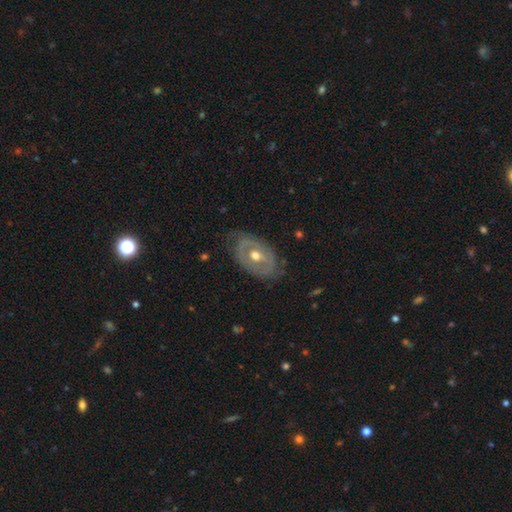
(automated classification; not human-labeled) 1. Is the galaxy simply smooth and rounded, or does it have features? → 71% featured or disk, 23% smooth, 5% star or artifact.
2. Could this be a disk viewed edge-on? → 93% no, 7% yes.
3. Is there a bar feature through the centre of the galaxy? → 65% no, 25% weak, 10% strong.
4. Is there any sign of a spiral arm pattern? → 58% no, 42% yes.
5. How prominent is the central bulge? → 79% moderate, 13% small, 6% large, 1% none, 1% dominant.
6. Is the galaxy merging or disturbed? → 70% none, 21% minor disturbance, 8% major disturbance, 1% merger.